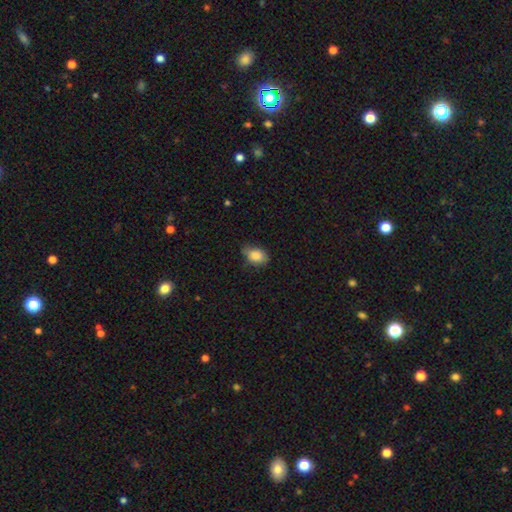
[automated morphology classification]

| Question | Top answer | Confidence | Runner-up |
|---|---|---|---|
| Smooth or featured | smooth | 86% | star or artifact (8%) |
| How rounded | in between | 75% | round (23%) |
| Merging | none | 59% | minor disturbance (32%) |